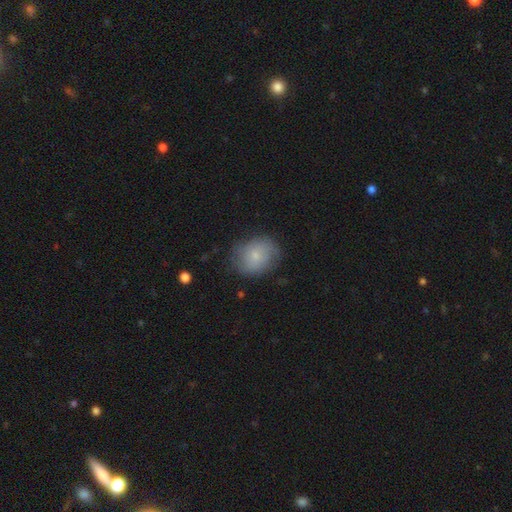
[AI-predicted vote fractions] Morphology: type=smooth (69%); roundness=round (55%); merging=none (71%).